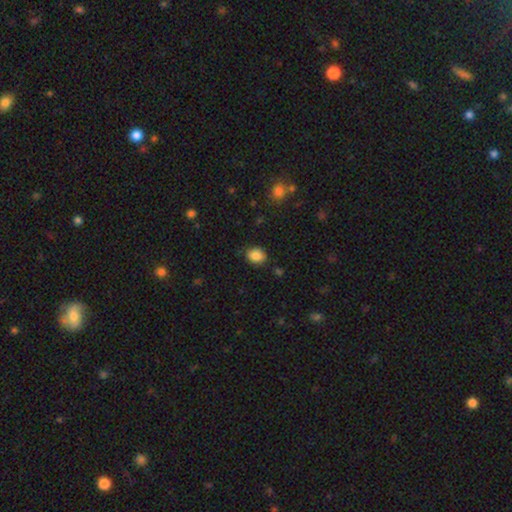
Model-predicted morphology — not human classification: A smooth galaxy with no disk features (85%) that is round (54%). Merging: none (83%).